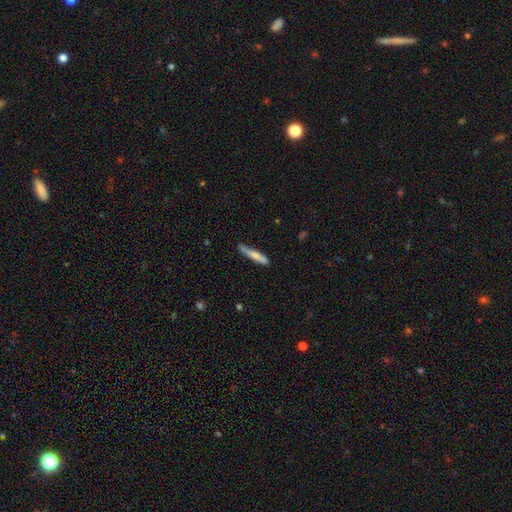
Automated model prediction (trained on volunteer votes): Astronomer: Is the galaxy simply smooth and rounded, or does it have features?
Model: smooth — 73%.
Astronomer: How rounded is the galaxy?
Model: cigar-shaped — 92%.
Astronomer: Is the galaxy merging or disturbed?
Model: none — 75%.